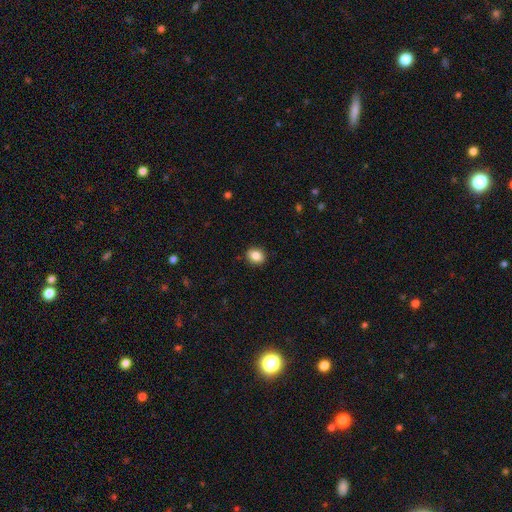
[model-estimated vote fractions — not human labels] Smooth or featured? Predicted: smooth (p=0.86). How rounded? Predicted: round (p=0.60). Merging? Predicted: none (p=0.90).